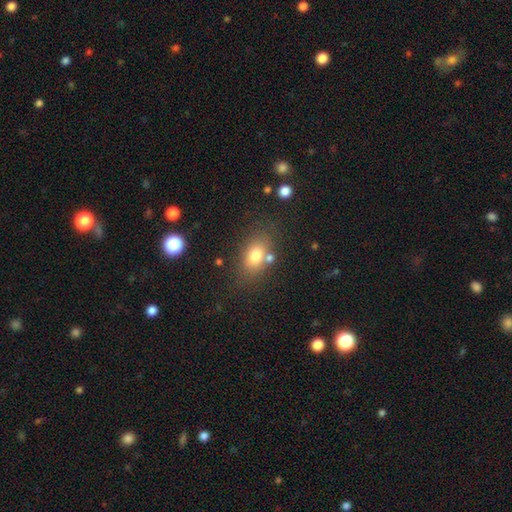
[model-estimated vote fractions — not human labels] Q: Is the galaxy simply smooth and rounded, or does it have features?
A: smooth — 76%.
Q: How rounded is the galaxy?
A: in between — 78%.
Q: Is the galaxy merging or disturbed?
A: none — 69%.